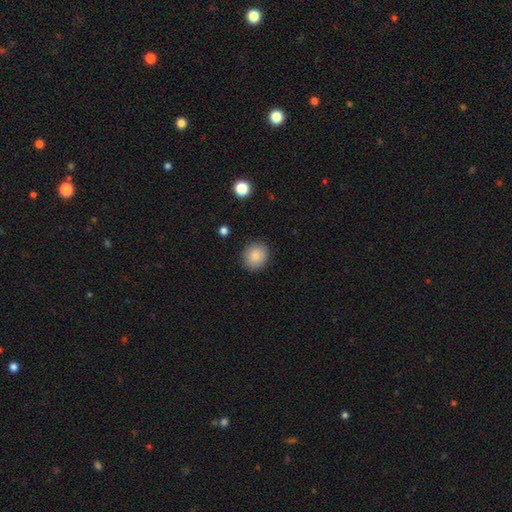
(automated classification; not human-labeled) smooth_or_featured: smooth (p=0.88) [alt: star or artifact p=0.08]
how_rounded: round (p=0.81) [alt: in between p=0.18]
merging: none (p=0.89) [alt: minor disturbance p=0.08]